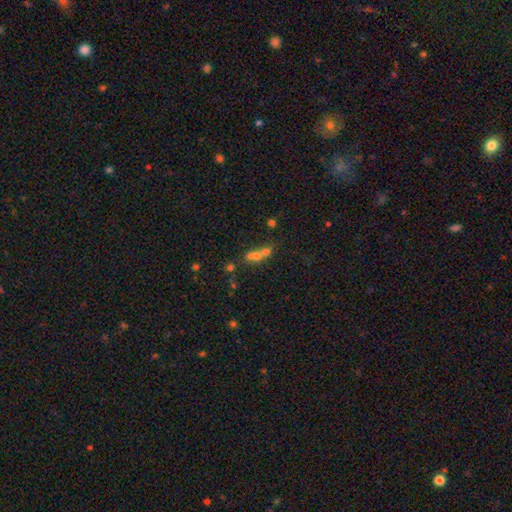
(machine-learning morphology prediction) smooth-or-featured: smooth: 53% | featured or disk: 26% | star or artifact: 22%
  how-rounded: round: 43% | in between: 42% | cigar-shaped: 14%
  merging: merger: 62% | none: 26% | minor disturbance: 7% | major disturbance: 6%